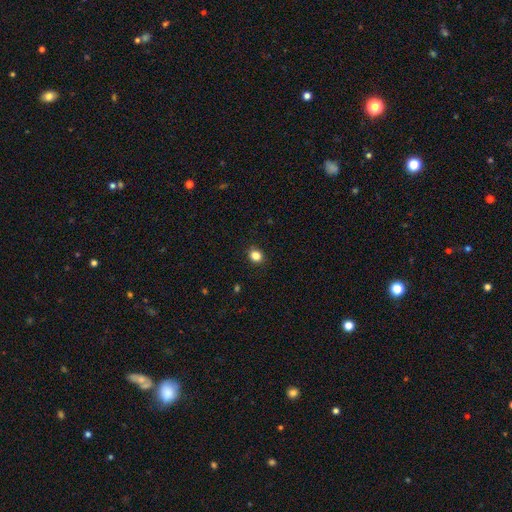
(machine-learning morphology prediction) Smooth or featured: smooth — 84% (star or artifact — 12%)
How rounded: round — 71% (in between — 28%)
Merging: none — 90% (minor disturbance — 7%)